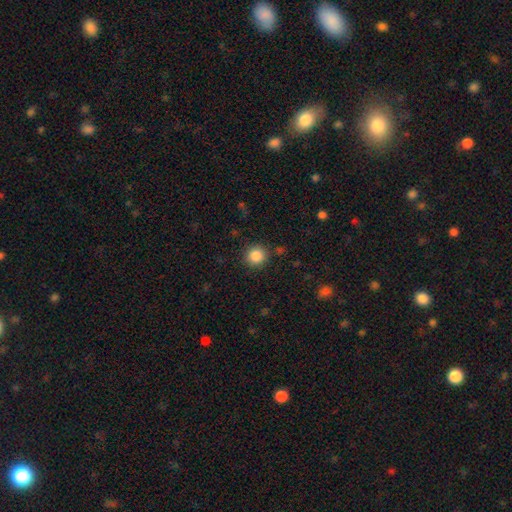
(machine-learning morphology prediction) Smooth or featured?
  - smooth: 86% *
  - star or artifact: 10%
  - featured or disk: 4%
How rounded?
  - round: 93% *
  - in between: 6%
  - cigar-shaped: 1%
Merging?
  - none: 88% *
  - minor disturbance: 7%
  - major disturbance: 3%
  - merger: 2%